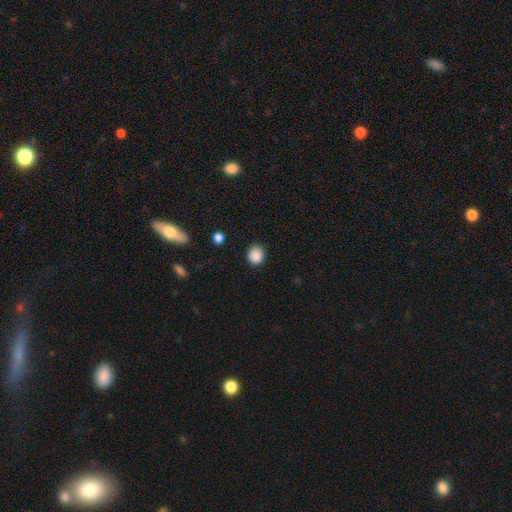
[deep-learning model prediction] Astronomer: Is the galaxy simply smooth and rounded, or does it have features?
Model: smooth — 88%.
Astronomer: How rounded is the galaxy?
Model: round — 75%.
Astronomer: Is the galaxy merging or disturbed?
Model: none — 86%.